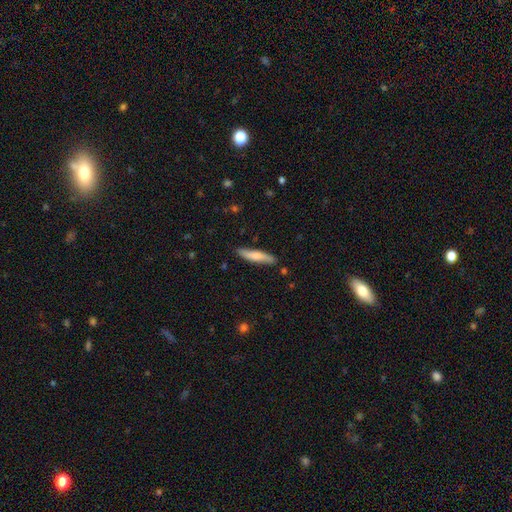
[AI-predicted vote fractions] The model was most divided on "smooth or featured": smooth: 71%, featured or disk: 24%, star or artifact: 5%. More confident: how rounded — cigar-shaped (85%); merging — none (85%).